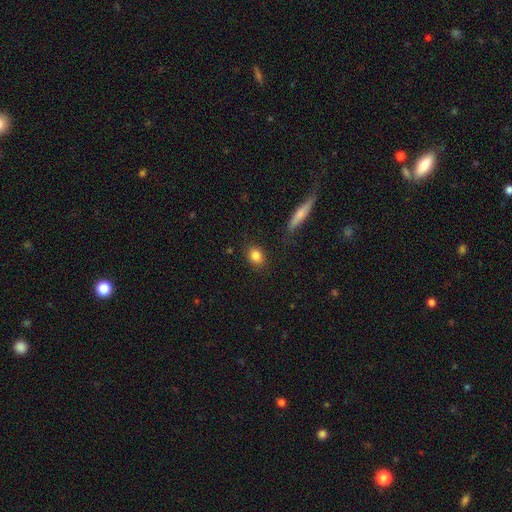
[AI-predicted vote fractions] Smooth or featured: smooth — 84% (star or artifact — 9%)
How rounded: round — 51% (in between — 46%)
Merging: none — 87% (minor disturbance — 9%)